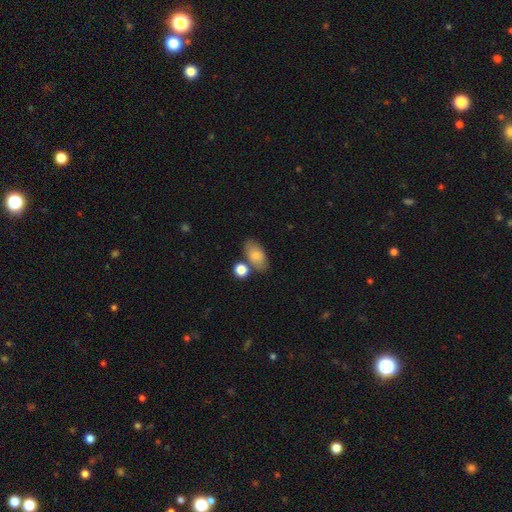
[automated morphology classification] Overall: smooth (81%). How rounded: in between (89%). Merging: none (65%).